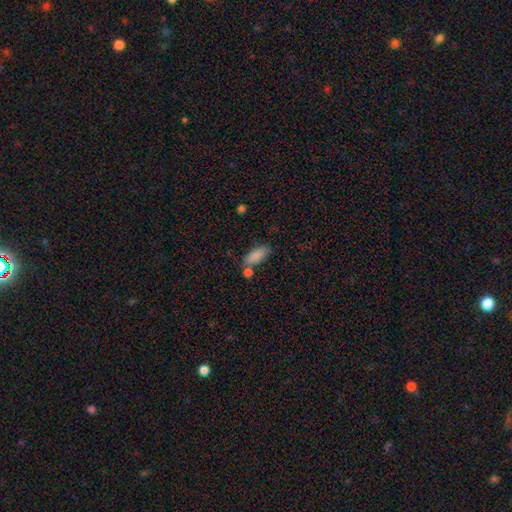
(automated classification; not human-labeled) This appears to be a smooth galaxy with no disk features (86%) that is in between round and cigar-shaped (78%). Merging: none (62%).